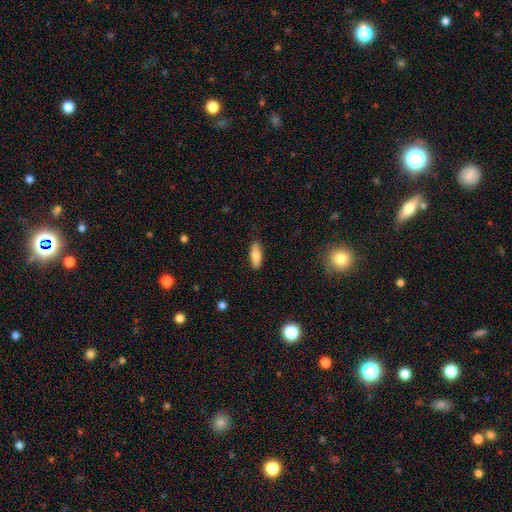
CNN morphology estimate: This is likely a smooth galaxy (79%). How rounded: likely in between (68%). Merging: clearly none (88%).